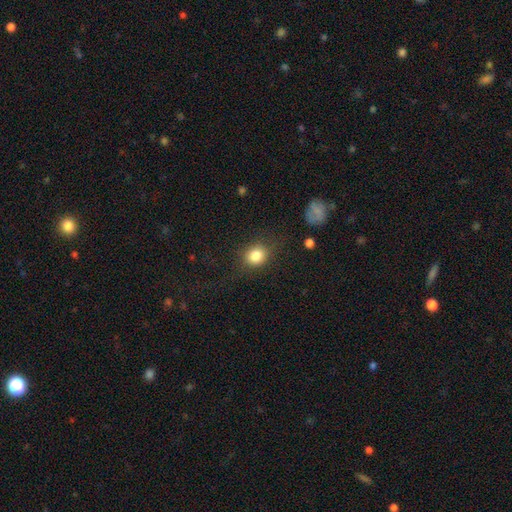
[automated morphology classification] This appears to be a smooth galaxy with no disk features (84%) that is round (70%). Merging: none (78%).